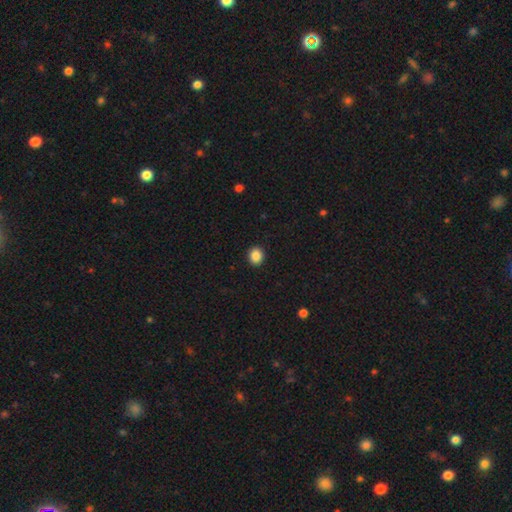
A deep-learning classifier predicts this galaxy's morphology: The model was most divided on "how rounded": round: 75%, in between: 24%, cigar-shaped: 1%. More confident: merging — none (92%); smooth or featured — smooth (87%).